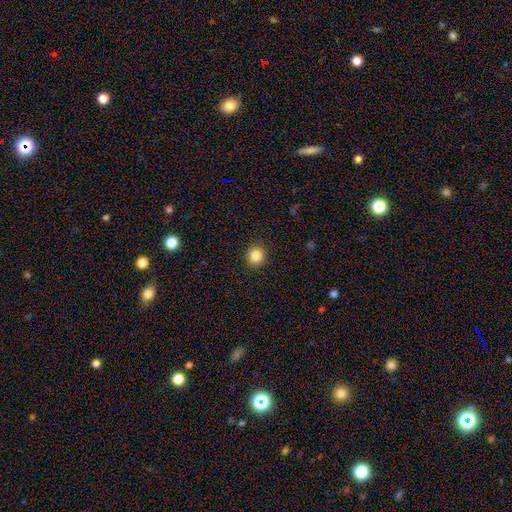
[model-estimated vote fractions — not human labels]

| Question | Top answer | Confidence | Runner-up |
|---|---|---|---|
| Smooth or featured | smooth | 85% | star or artifact (10%) |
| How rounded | round | 89% | in between (10%) |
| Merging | none | 91% | minor disturbance (6%) |